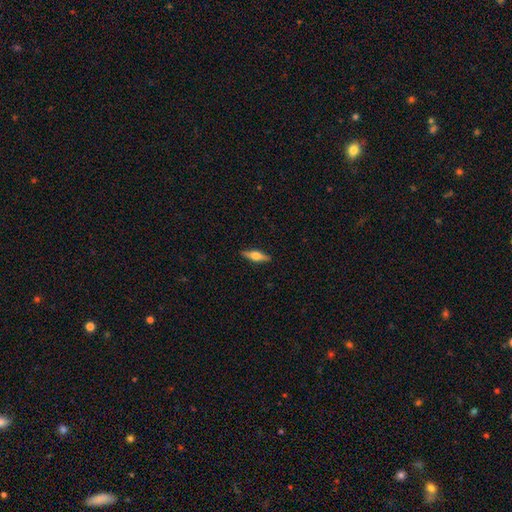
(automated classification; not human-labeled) Smooth or featured? Predicted: featured or disk (p=0.58). Edge-on disk? Predicted: yes (p=0.95). Edge-on bulge? Predicted: rounded (p=0.93). Merging? Predicted: none (p=0.90).